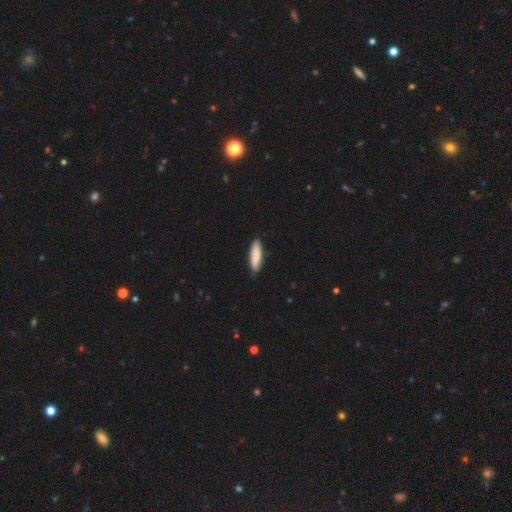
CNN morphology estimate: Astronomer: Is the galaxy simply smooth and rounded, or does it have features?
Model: smooth — 85%.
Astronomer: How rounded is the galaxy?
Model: cigar-shaped — 60% (runner-up: in between, 39%).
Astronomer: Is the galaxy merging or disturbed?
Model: none — 87%.